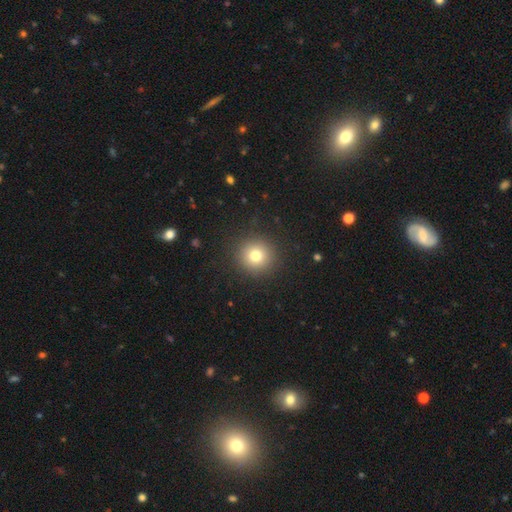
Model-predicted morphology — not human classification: A smooth galaxy with no disk features (78%) that is round (94%). Merging: none (91%).